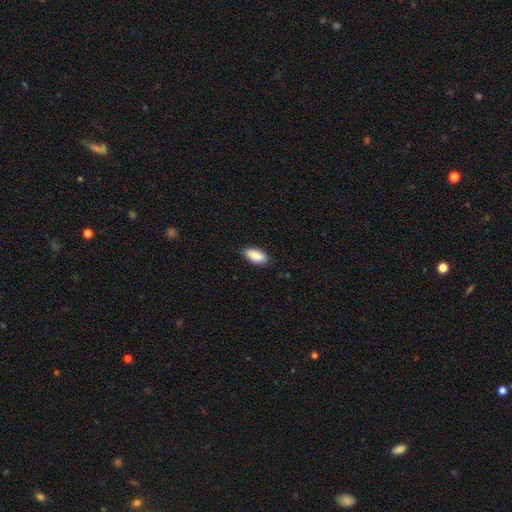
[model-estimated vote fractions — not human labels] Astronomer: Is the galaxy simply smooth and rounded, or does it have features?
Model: smooth — 89%.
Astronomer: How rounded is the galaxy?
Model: in between — 90%.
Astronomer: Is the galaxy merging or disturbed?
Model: none — 83%.